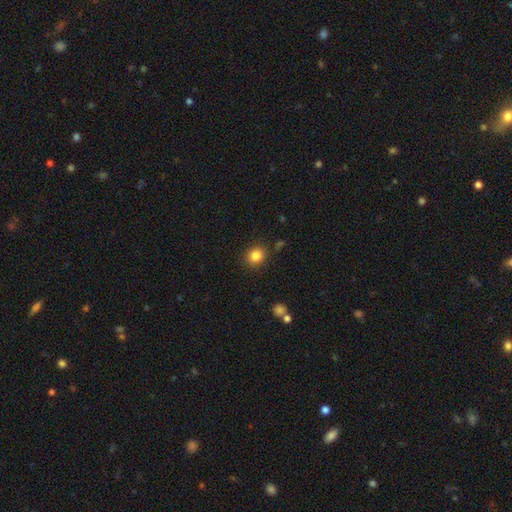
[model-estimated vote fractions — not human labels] A smooth galaxy with no disk features (84%) that is round (74%).

Vote fractions:
- Smooth or featured? smooth: 84% / star or artifact: 10% / featured or disk: 5%
- How rounded? round: 74% / in between: 25% / cigar-shaped: 1%
- Merging? none: 87% / minor disturbance: 8% / major disturbance: 3% / merger: 2%